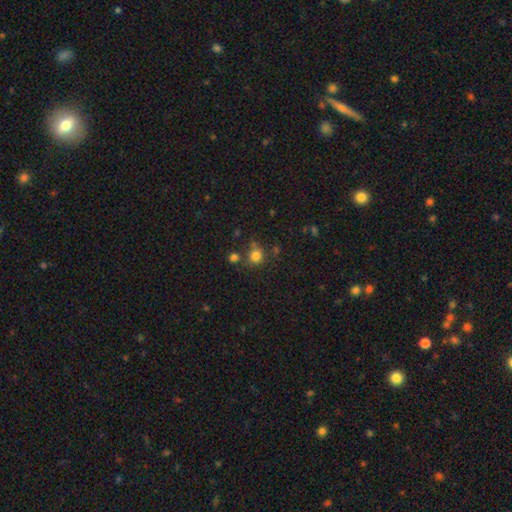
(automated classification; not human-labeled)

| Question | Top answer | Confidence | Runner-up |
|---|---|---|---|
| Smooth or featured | smooth | 78% | star or artifact (15%) |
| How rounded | round | 87% | in between (12%) |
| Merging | none | 69% | merger (14%) |